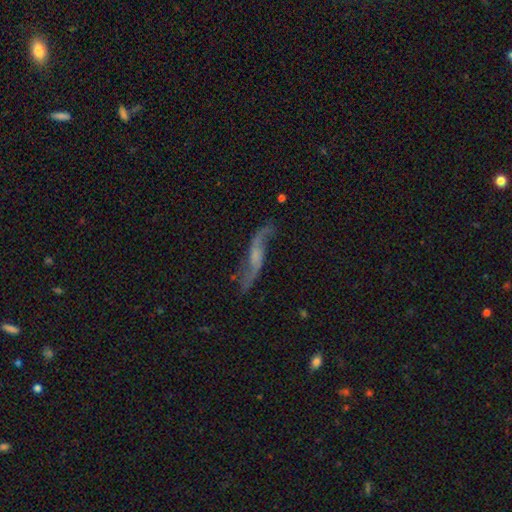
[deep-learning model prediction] A featured or disk galaxy (81%) with no bar (49%), 2 (92%) loose (89%) spiral arms (93%) and no central bulge (38%). Merging: none (69%).